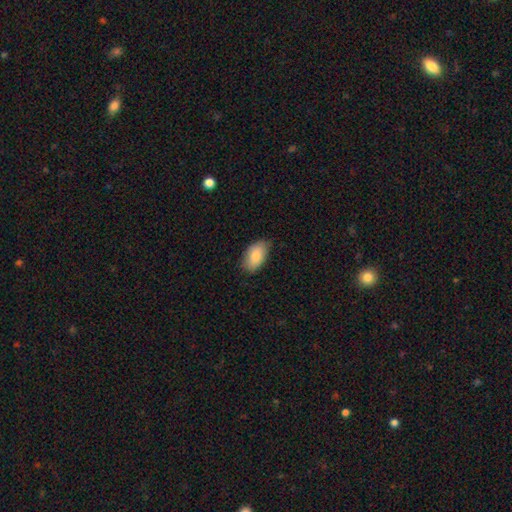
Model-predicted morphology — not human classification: Q: Smooth or featured?
A: smooth (83%); runner-up: featured or disk (10%)
Q: How rounded?
A: in between (94%); runner-up: round (4%)
Q: Merging?
A: none (79%); runner-up: minor disturbance (18%)